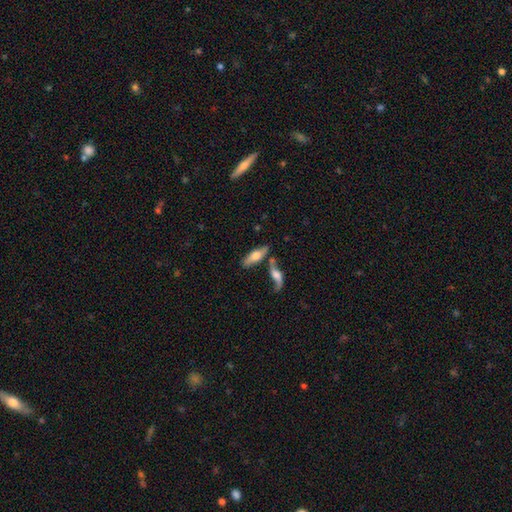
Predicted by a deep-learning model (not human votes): smooth-or-featured: smooth: 51% | featured or disk: 42% | star or artifact: 7%
  how-rounded: in between: 57% | cigar-shaped: 40% | round: 3%
  merging: none: 52% | merger: 27% | minor disturbance: 15% | major disturbance: 6%